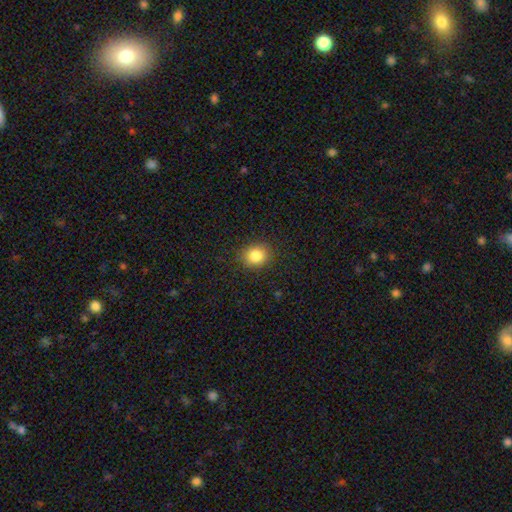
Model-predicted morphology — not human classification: A smooth galaxy with no disk features (84%) that is round (62%). Merging: none (87%).